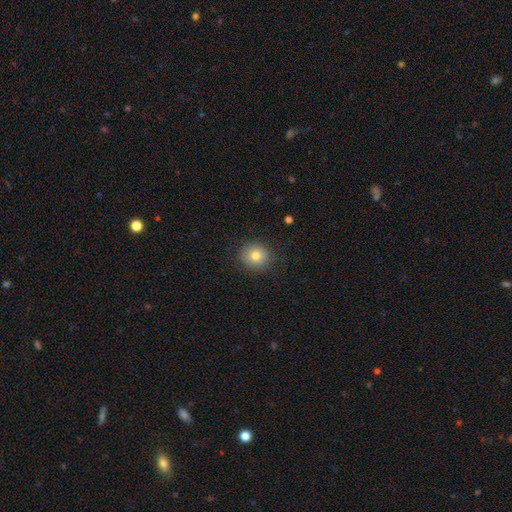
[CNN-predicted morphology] Smooth or featured: smooth — 78% (featured or disk — 11%)
How rounded: round — 88% (in between — 11%)
Merging: none — 86% (minor disturbance — 10%)